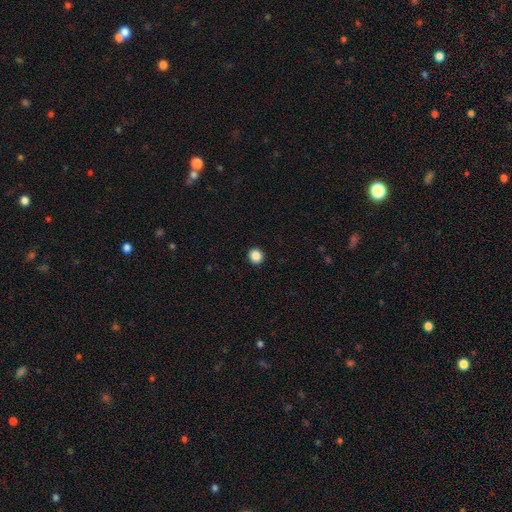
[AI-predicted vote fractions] This appears to be a smooth galaxy with no disk features (87%) that is round (90%). Merging: none (93%).